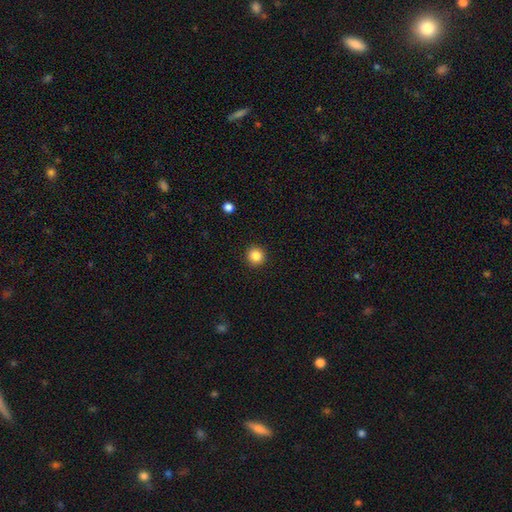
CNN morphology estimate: smooth 85%, star or artifact 11%, featured or disk 4%. Down the decision tree: how rounded — round (94%); merging — none (92%).